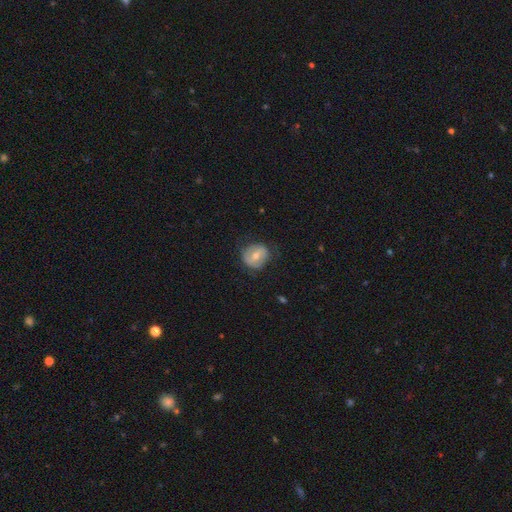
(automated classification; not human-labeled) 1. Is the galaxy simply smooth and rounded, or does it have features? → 48% smooth, 45% featured or disk, 7% star or artifact.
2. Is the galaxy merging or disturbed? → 73% none, 20% minor disturbance, 7% major disturbance, 1% merger.